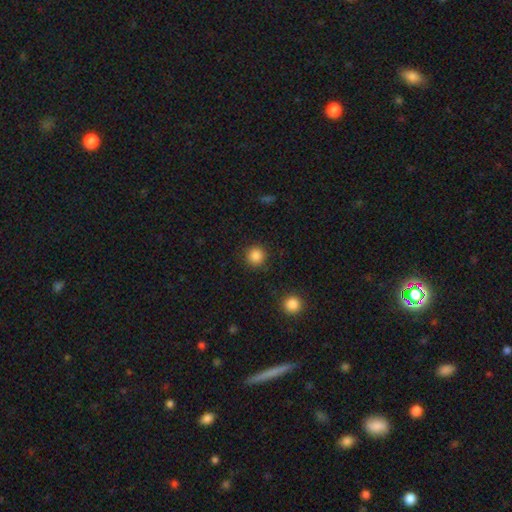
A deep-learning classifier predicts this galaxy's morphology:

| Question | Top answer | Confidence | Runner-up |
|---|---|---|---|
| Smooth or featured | smooth | 86% | star or artifact (11%) |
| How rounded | round | 95% | in between (4%) |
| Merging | none | 90% | minor disturbance (6%) |